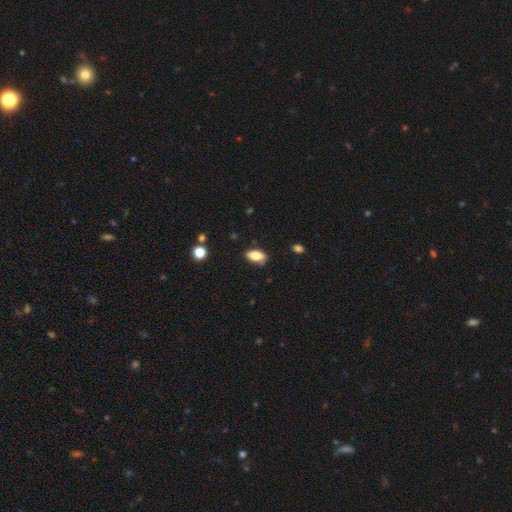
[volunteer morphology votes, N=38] A smooth galaxy with no disk features (92%) that is in between round and cigar-shaped (86%). Merging: none (81%).